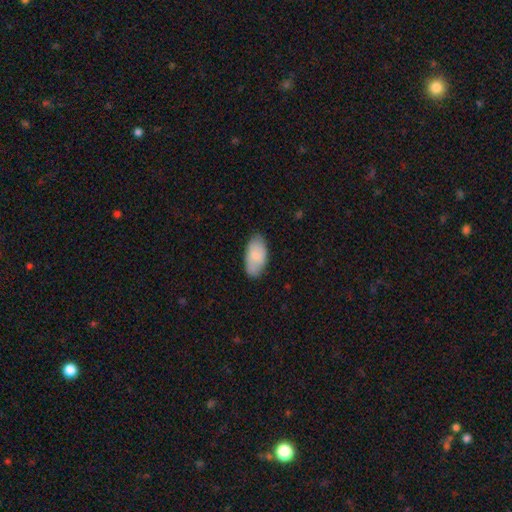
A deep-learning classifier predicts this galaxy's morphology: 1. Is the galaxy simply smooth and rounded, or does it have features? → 81% smooth, 13% featured or disk, 6% star or artifact.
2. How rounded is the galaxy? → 94% in between, 4% cigar-shaped, 2% round.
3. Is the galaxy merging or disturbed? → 81% none, 15% minor disturbance, 3% major disturbance, 1% merger.